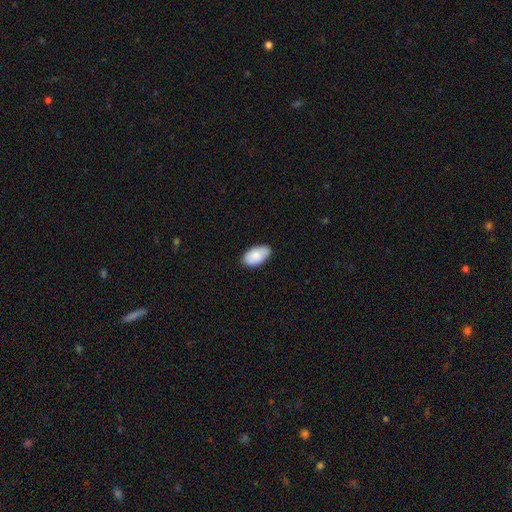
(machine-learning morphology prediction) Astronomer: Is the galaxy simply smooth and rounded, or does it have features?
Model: smooth — 86%.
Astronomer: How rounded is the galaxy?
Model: in between — 95%.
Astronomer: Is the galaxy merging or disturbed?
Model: none — 81%.